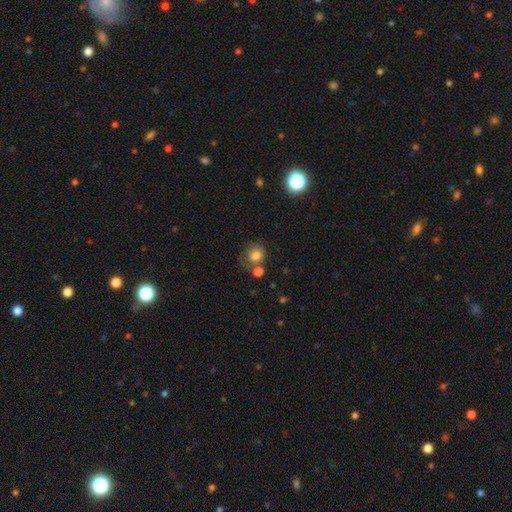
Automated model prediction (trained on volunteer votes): smooth 79%, star or artifact 11%, featured or disk 10%. Down the decision tree: how rounded — round (80%); merging — none (52%).